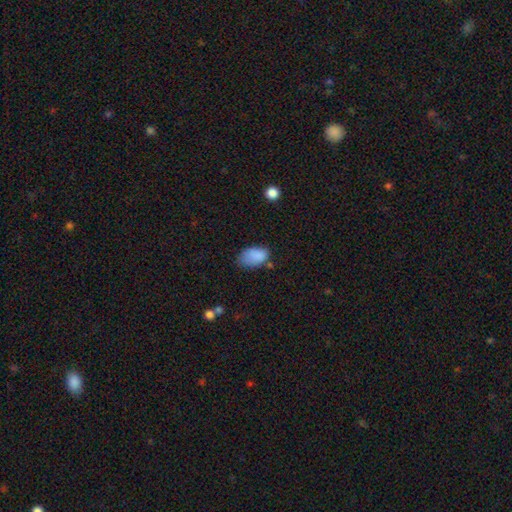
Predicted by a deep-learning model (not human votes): Smooth or featured?
  - smooth: 84% *
  - star or artifact: 9%
  - featured or disk: 7%
How rounded?
  - in between: 90% *
  - round: 8%
  - cigar-shaped: 1%
Merging?
  - none: 44% *
  - minor disturbance: 39%
  - major disturbance: 13%
  - merger: 4%